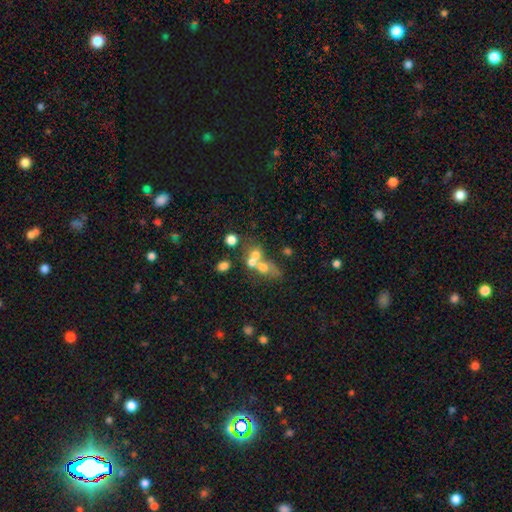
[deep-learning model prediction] smooth_or_featured: smooth (p=0.49) [alt: featured or disk p=0.33]
merging: merger (p=0.59) [alt: none p=0.24]